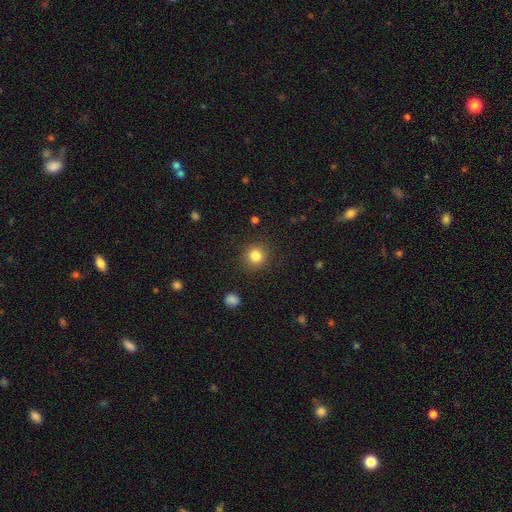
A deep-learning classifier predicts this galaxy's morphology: Smooth or featured? Predicted: smooth (p=0.83). How rounded? Predicted: round (p=0.93). Merging? Predicted: none (p=0.91).